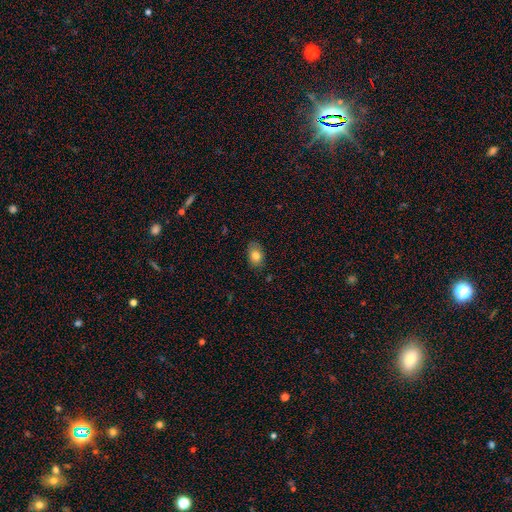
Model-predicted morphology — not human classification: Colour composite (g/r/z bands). It shows a smooth galaxy with no disk features (81%) that is in between round and cigar-shaped (81%). Merging: none (81%).